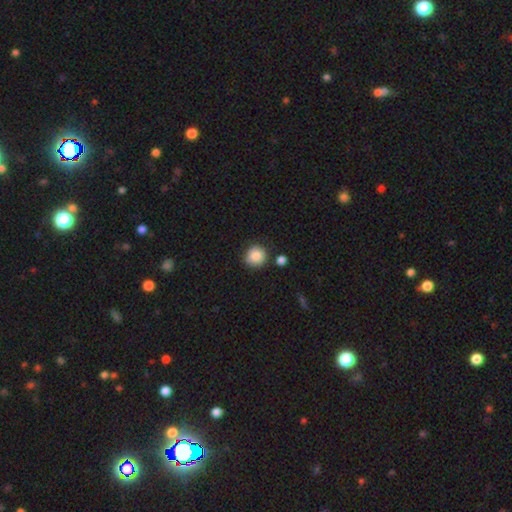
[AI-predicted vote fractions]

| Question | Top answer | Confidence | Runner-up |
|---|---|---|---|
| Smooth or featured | smooth | 86% | star or artifact (9%) |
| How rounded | round | 88% | in between (11%) |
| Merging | none | 80% | minor disturbance (12%) |